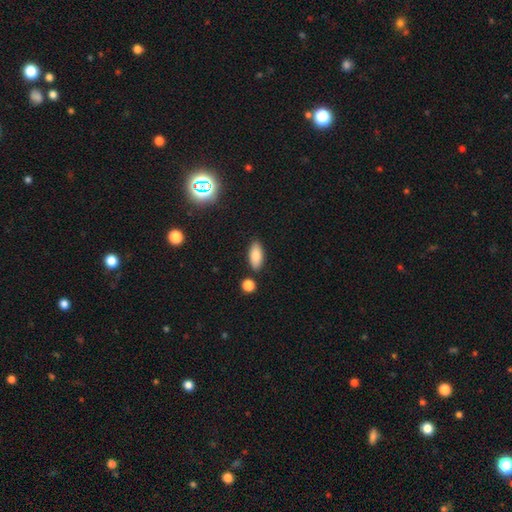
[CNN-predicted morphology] Overall: smooth (82%). How rounded: in between (84%). Merging: none (84%).